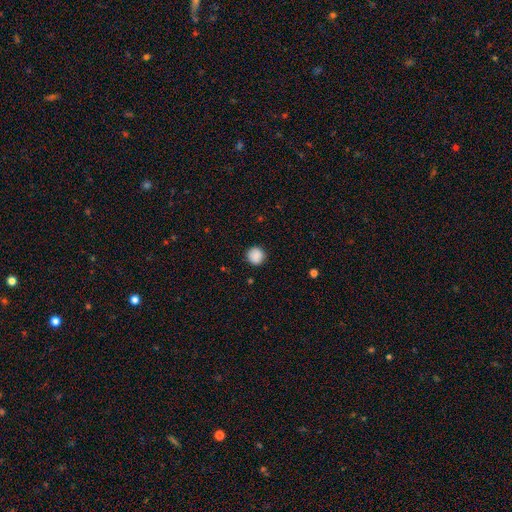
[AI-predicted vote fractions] Overall: smooth (88%). How rounded: round (94%). Merging: none (89%).